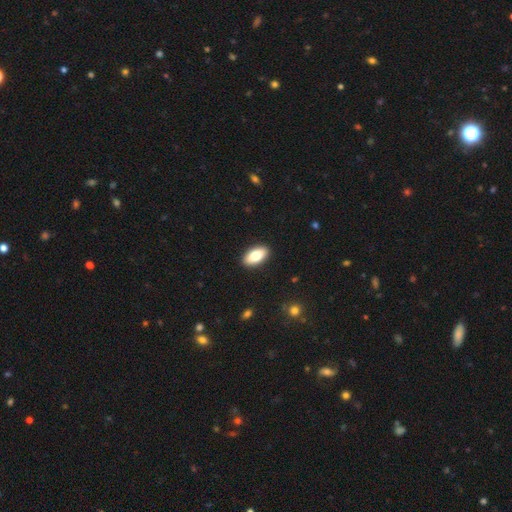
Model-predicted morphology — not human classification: This is likely a smooth galaxy (78%). How rounded: clearly in between (91%). Merging: clearly none (91%).